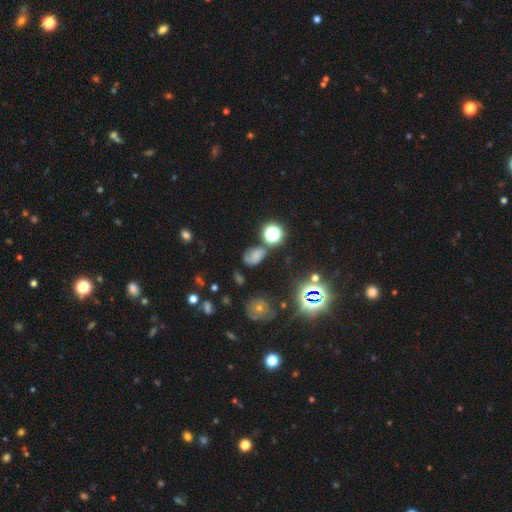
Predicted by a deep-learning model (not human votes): Smooth or featured? smooth (46%)
Merging? none (52%)